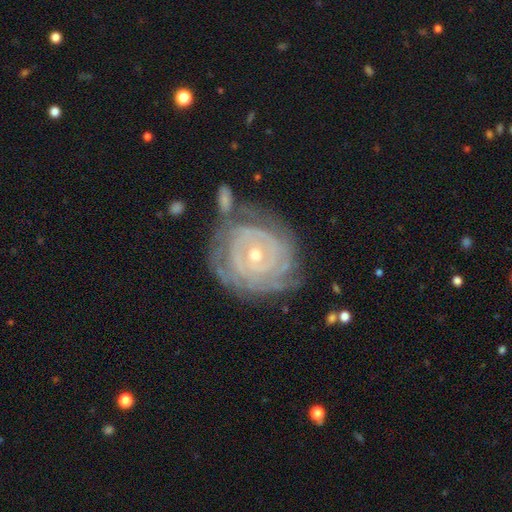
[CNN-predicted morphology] A featured or disk galaxy (86%) with no bar (71%), tight (87%) spiral arms (93%) and a small central bulge (54%).

Vote fractions:
- Smooth or featured? featured or disk: 86% / smooth: 9% / star or artifact: 6%
- Edge-on disk? no: 97% / yes: 3%
- Bar? no: 71% / weak: 21% / strong: 8%
- Spiral arms? yes: 93% / no: 7%
- Spiral winding? tight: 87% / medium: 10% / loose: 3%
- Spiral arm count? can't tell: 39% / 2: 19% / 3: 17% / 4: 12% / more than 4: 7% / 1: 6%
- Bulge size? small: 54% / moderate: 43% / large: 1% / none: 1% / dominant: 1%
- Merging? none: 62% / minor disturbance: 20% / major disturbance: 9% / merger: 9%